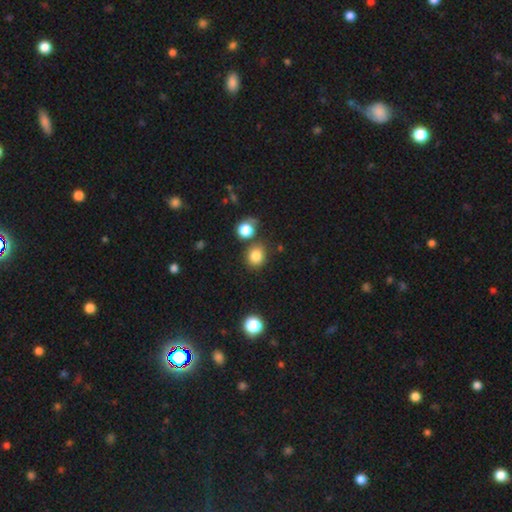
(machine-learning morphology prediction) smooth-or-featured: smooth: 82% | star or artifact: 12% | featured or disk: 6%
  how-rounded: round: 76% | in between: 23% | cigar-shaped: 1%
  merging: none: 77% | minor disturbance: 10% | merger: 9% | major disturbance: 3%